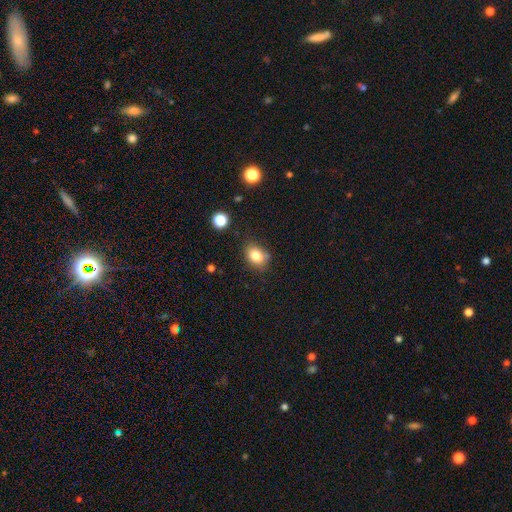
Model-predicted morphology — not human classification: Smooth or featured? Predicted: smooth (p=0.81). How rounded? Predicted: in between (p=0.64). Merging? Predicted: none (p=0.70).